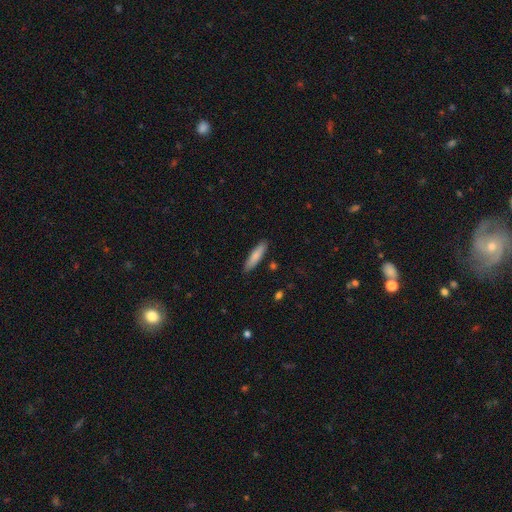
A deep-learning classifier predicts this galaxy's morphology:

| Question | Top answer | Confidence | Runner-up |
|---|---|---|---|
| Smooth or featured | smooth | 79% | featured or disk (15%) |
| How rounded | cigar-shaped | 77% | in between (22%) |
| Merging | none | 88% | minor disturbance (9%) |